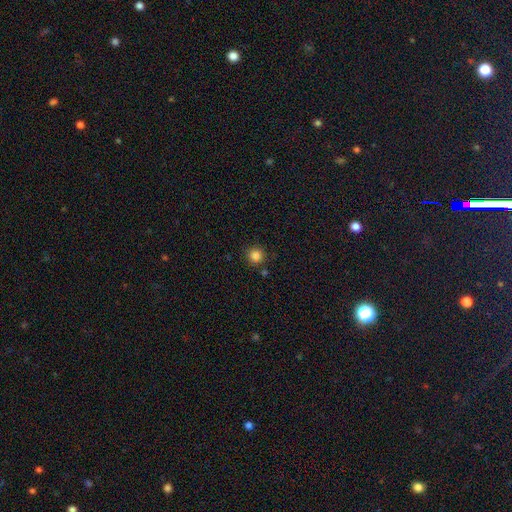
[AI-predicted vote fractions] Morphology: type=smooth (84%); roundness=round (94%); merging=none (86%).